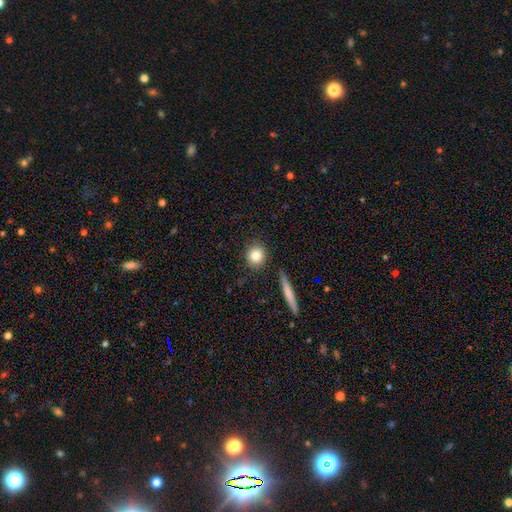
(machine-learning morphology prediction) A smooth galaxy with no disk features (82%) that is round (83%). Merging: none (87%).